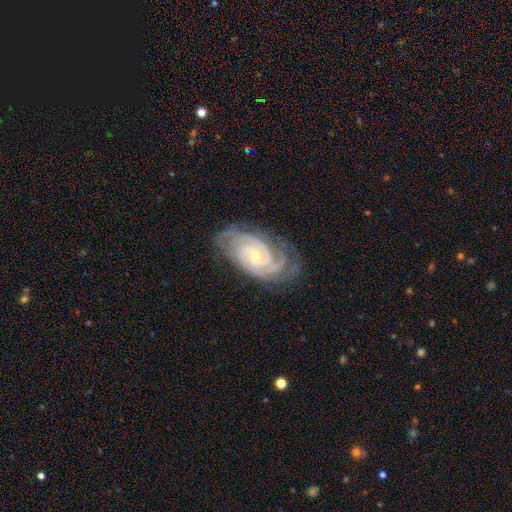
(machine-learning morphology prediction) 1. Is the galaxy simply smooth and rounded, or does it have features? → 90% featured or disk, 5% star or artifact, 4% smooth.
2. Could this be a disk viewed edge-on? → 97% no, 3% yes.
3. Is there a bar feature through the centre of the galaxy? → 56% no, 33% weak, 11% strong.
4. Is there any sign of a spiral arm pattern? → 98% yes, 2% no.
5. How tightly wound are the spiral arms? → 75% tight, 22% medium, 3% loose.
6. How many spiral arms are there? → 28% 3, 24% 2, 18% can't tell, 18% 4, 7% more than 4, 6% 1.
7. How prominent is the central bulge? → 65% small, 31% moderate, 1% large, 1% none, 1% dominant.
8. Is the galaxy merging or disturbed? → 74% none, 18% minor disturbance, 6% major disturbance, 1% merger.